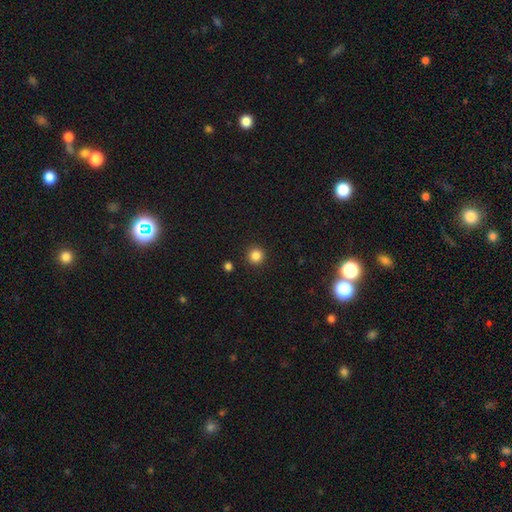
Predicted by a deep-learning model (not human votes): smooth_or_featured: smooth (p=0.84) [alt: star or artifact p=0.12]
how_rounded: round (p=0.95) [alt: in between p=0.04]
merging: none (p=0.92) [alt: minor disturbance p=0.05]